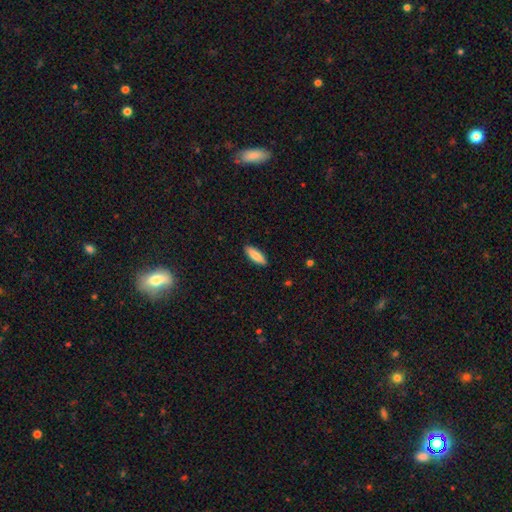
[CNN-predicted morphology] Smooth or featured? Predicted: smooth (p=0.83). How rounded? Predicted: in between (p=0.54). Merging? Predicted: none (p=0.90).